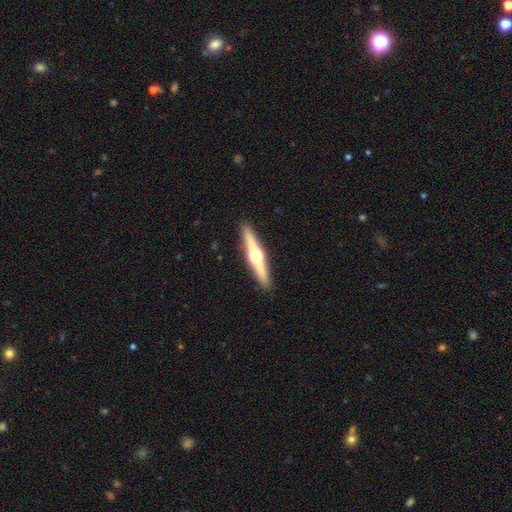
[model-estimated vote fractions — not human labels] smooth_or_featured: featured or disk (p=0.68) [alt: smooth p=0.26]
disk_edge_on: yes (p=0.97) [alt: no p=0.03]
edge_on_bulge: rounded (p=0.94) [alt: boxy p=0.03]
merging: none (p=0.92) [alt: minor disturbance p=0.06]